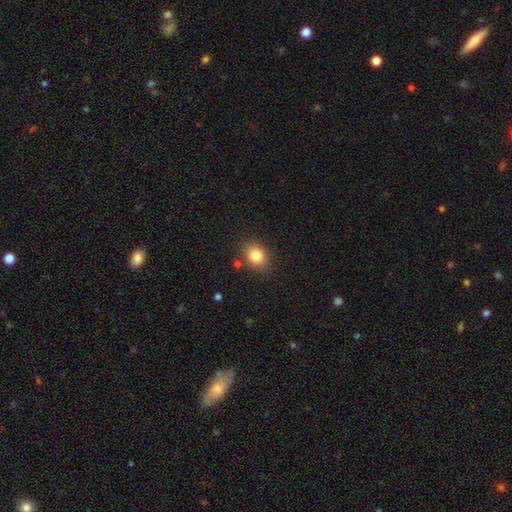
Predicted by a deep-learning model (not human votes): Smooth or featured: smooth — 82% (star or artifact — 10%)
How rounded: in between — 56% (round — 43%)
Merging: none — 83% (minor disturbance — 10%)